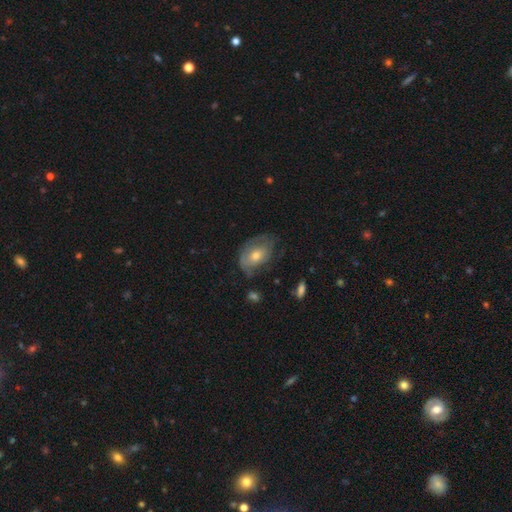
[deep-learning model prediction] This is possibly a featured or disk galaxy (46%). Merging: possibly none (52%).